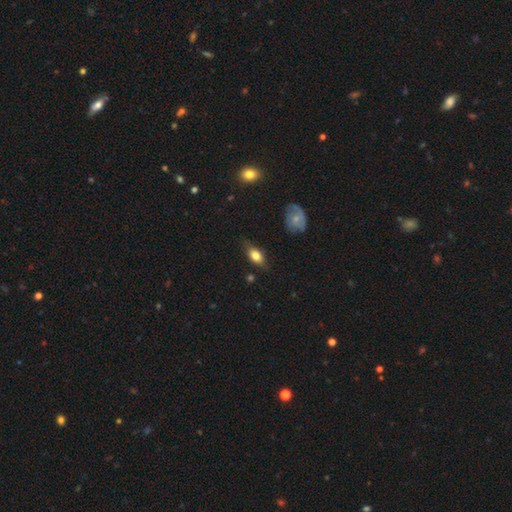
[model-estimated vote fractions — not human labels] Smooth or featured? Predicted: smooth (p=0.75). How rounded? Predicted: in between (p=0.84). Merging? Predicted: none (p=0.74).